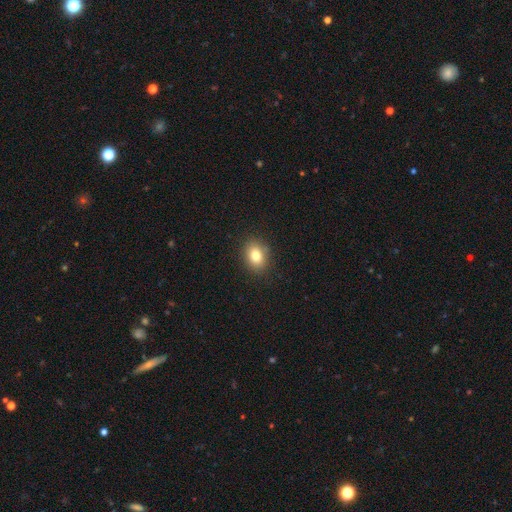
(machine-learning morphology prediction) This appears to be a smooth galaxy with no disk features (81%) that is in between round and cigar-shaped (65%). Merging: none (87%).